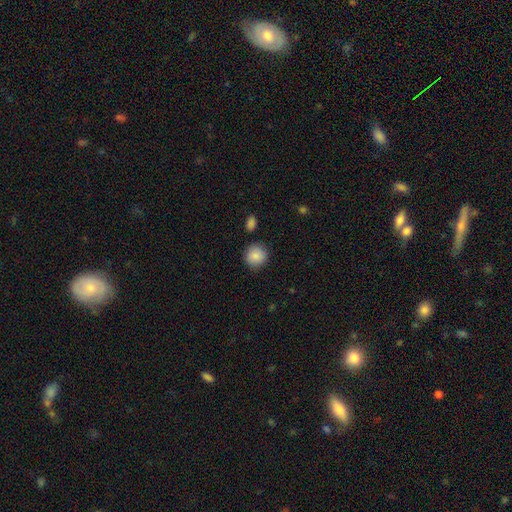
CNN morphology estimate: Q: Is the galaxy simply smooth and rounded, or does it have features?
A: smooth — 88%.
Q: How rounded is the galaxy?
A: round — 90%.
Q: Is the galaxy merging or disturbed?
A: none — 86%.